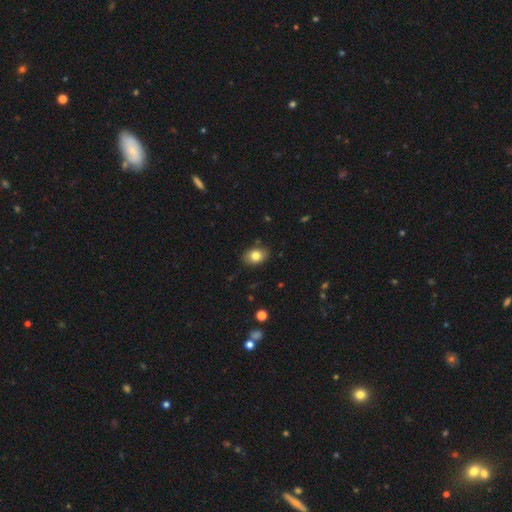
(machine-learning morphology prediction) type=smooth (81%); roundness=in between (75%); merging=none (85%).